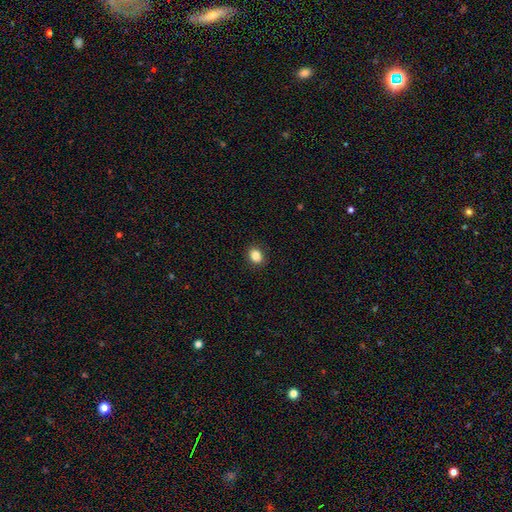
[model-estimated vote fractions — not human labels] This appears to be a smooth galaxy with no disk features (86%) that is round (55%). Merging: none (90%).